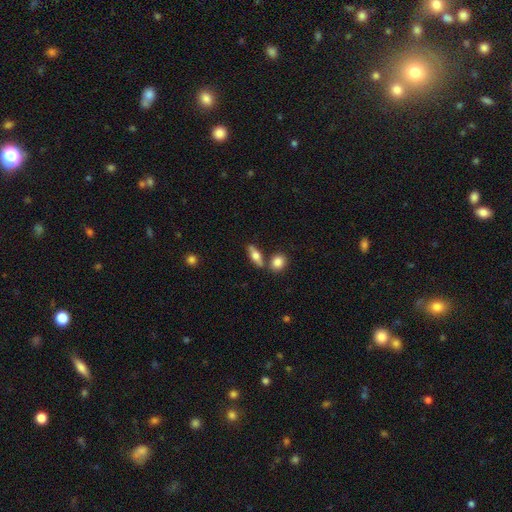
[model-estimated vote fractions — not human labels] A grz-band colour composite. It shows a smooth galaxy with no disk features (58%) that is in between round and cigar-shaped (61%). Merging: none (70%).